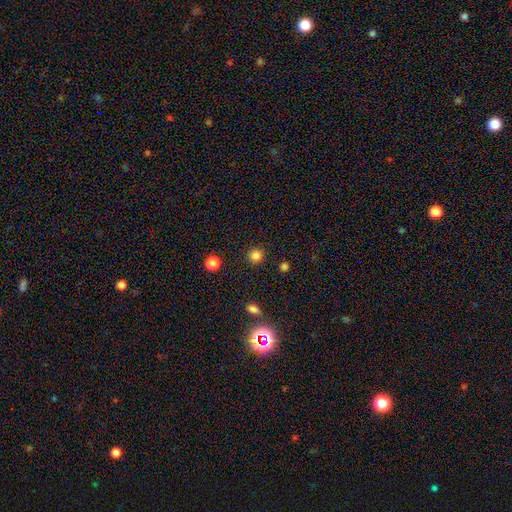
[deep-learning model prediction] smooth_or_featured: smooth (p=0.82) [alt: star or artifact p=0.14]
how_rounded: round (p=0.91) [alt: in between p=0.08]
merging: none (p=0.89) [alt: minor disturbance p=0.06]